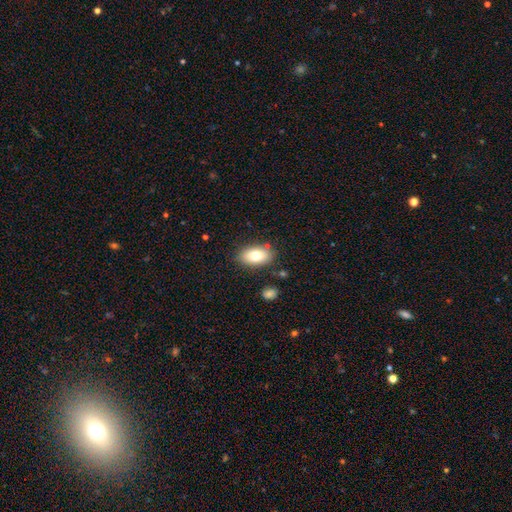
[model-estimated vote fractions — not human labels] smooth_or_featured: smooth (p=0.76) [alt: featured or disk p=0.16]
how_rounded: in between (p=0.90) [alt: round p=0.08]
merging: none (p=0.83) [alt: minor disturbance p=0.11]